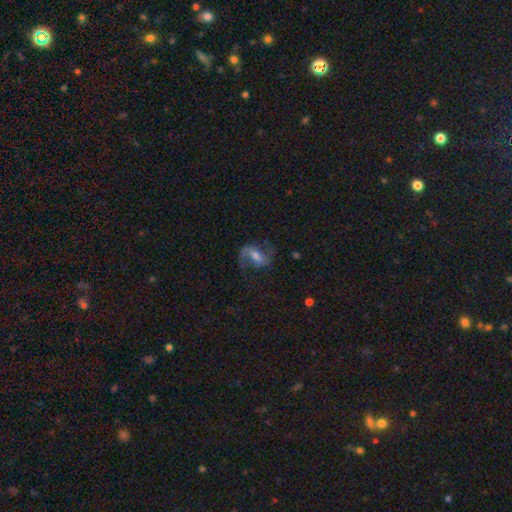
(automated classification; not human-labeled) Q: Smooth or featured?
A: featured or disk (72%); runner-up: smooth (20%)
Q: Edge-on disk?
A: no (96%); runner-up: yes (4%)
Q: Bar?
A: weak (47%); runner-up: strong (29%)
Q: Spiral arms?
A: yes (91%); runner-up: no (9%)
Q: Spiral winding?
A: loose (51%); runner-up: medium (40%)
Q: Spiral arm count?
A: 2 (82%); runner-up: 1 (11%)
Q: Bulge size?
A: moderate (55%); runner-up: small (27%)
Q: Merging?
A: none (62%); runner-up: major disturbance (19%)